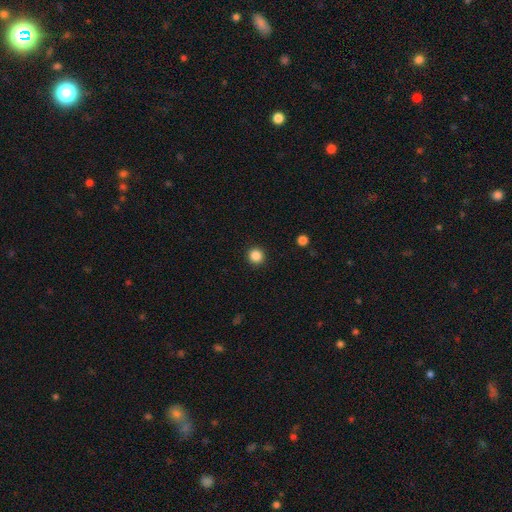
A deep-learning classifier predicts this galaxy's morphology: A smooth galaxy with no disk features (86%) that is round (94%). Merging: none (93%).